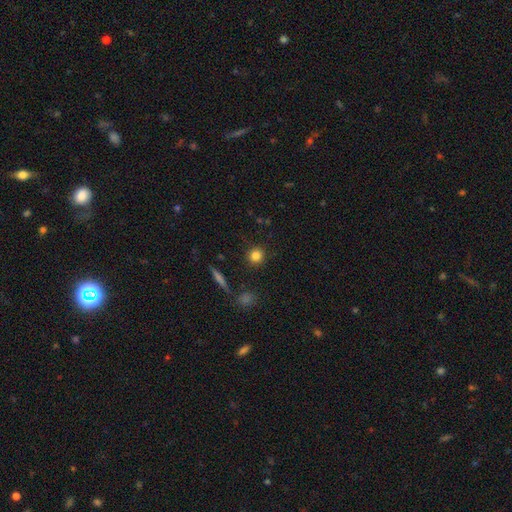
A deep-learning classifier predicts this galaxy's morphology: type=smooth (82%); roundness=round (92%); merging=none (90%).